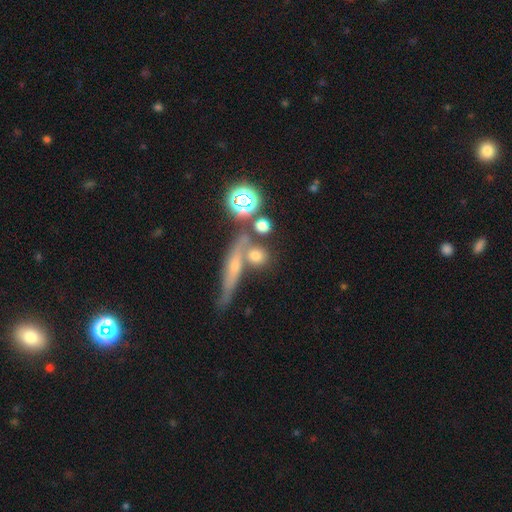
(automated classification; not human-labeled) Smooth or featured?
  - smooth: 68% *
  - featured or disk: 17%
  - star or artifact: 15%
How rounded?
  - round: 63% *
  - in between: 23%
  - cigar-shaped: 15%
Merging?
  - none: 61% *
  - merger: 24%
  - minor disturbance: 10%
  - major disturbance: 5%